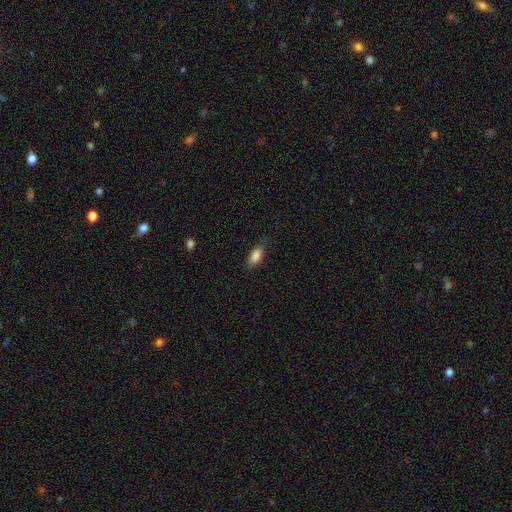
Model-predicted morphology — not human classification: This appears to be a smooth galaxy with no disk features (86%) that is in between round and cigar-shaped (82%). Merging: none (78%).